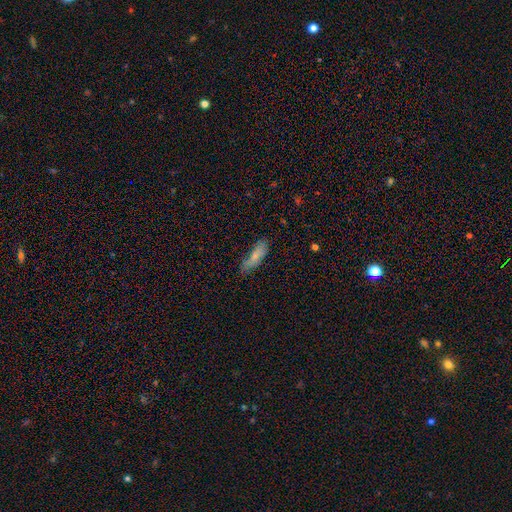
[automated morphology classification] smooth_or_featured: smooth (p=0.75) [alt: featured or disk p=0.17]
how_rounded: in between (p=0.51) [alt: cigar-shaped p=0.47]
merging: none (p=0.59) [alt: minor disturbance p=0.29]